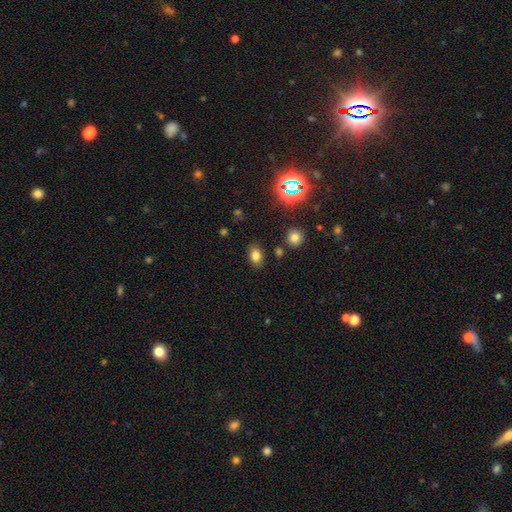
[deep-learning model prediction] A smooth galaxy with no disk features (78%) that is in between round and cigar-shaped (74%).

Vote fractions:
- Smooth or featured? smooth: 78% / star or artifact: 14% / featured or disk: 8%
- How rounded? in between: 74% / round: 25% / cigar-shaped: 1%
- Merging? none: 83% / minor disturbance: 11% / merger: 3% / major disturbance: 3%